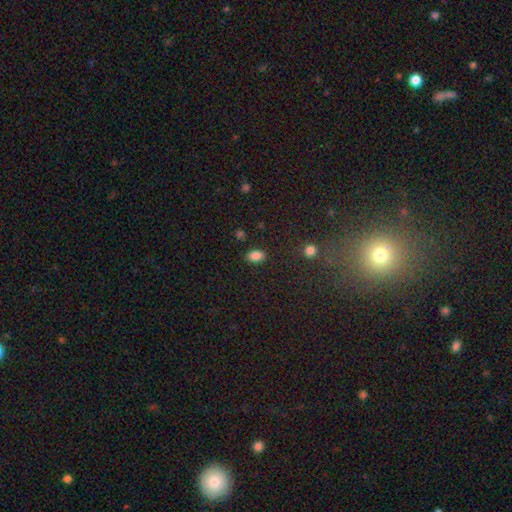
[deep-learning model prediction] Morphology: type=smooth (85%); roundness=in between (85%); merging=none (86%).